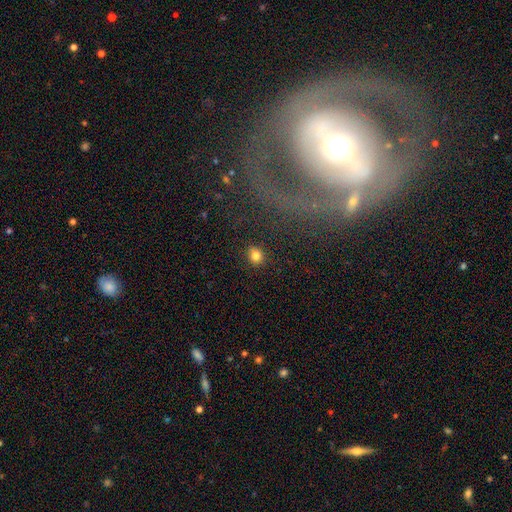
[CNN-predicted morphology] type=smooth (81%); roundness=round (71%); merging=none (88%).